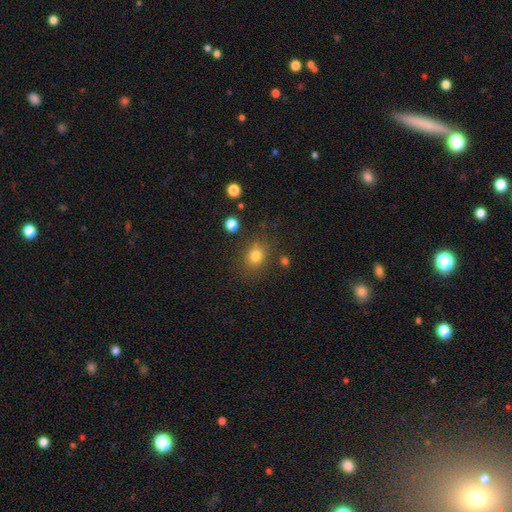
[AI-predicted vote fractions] This is likely a smooth galaxy (78%). How rounded: likely round (61%). Merging: likely none (78%).